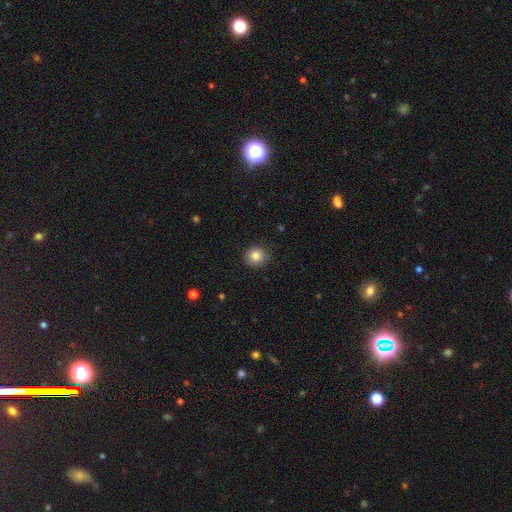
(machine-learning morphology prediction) Smooth or featured: smooth — 84% (star or artifact — 10%)
How rounded: round — 88% (in between — 11%)
Merging: none — 89% (minor disturbance — 8%)